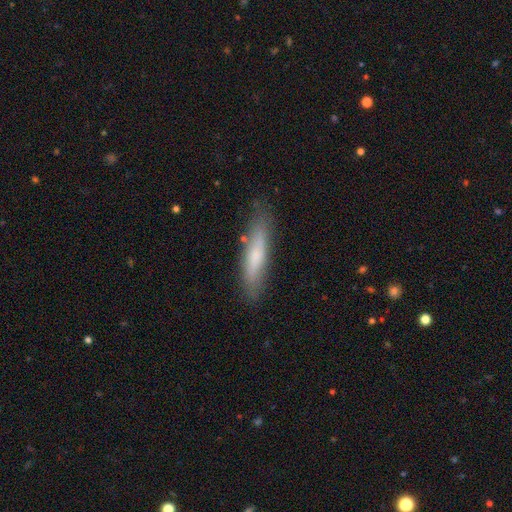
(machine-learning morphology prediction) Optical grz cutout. It shows a smooth galaxy with no disk features (66%) that is cigar-shaped (84%). Merging: none (81%).